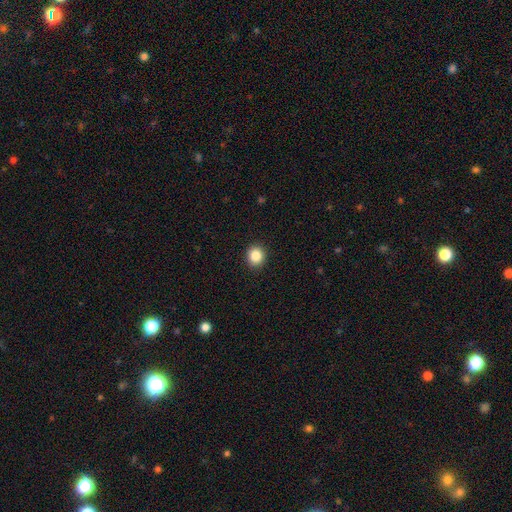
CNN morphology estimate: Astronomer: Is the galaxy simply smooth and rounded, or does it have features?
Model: smooth — 86%.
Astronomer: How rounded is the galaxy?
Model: round — 87%.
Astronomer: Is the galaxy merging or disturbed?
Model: none — 92%.